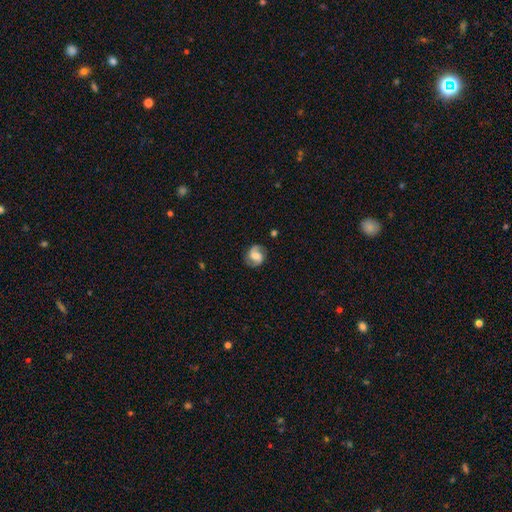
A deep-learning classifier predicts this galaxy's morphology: Smooth or featured: featured or disk — 72% (smooth — 21%)
Edge-on disk: no — 98% (yes — 2%)
Bar: weak — 47% (no — 34%)
Spiral arms: yes — 94% (no — 6%)
Spiral winding: medium — 49% (loose — 27%)
Spiral arm count: 2 — 91% (can't tell — 4%)
Bulge size: moderate — 48% (large — 21%)
Merging: none — 82% (minor disturbance — 13%)